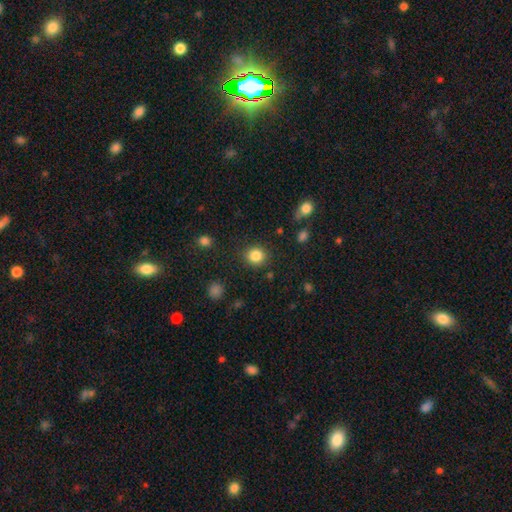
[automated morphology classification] smooth 85%, star or artifact 10%, featured or disk 5%. Down the decision tree: how rounded — round (88%); merging — none (88%).